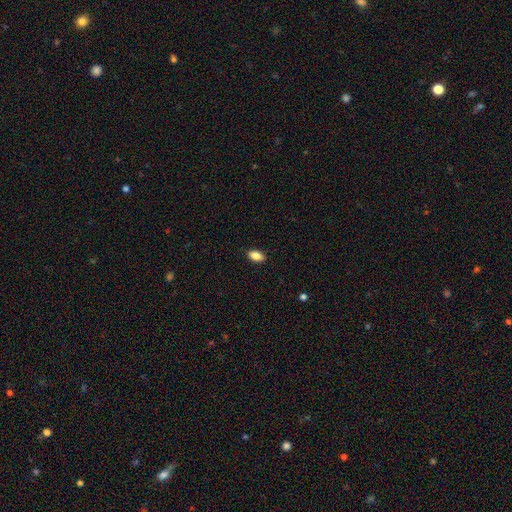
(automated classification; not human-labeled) The model was most divided on "smooth or featured": smooth: 86%, star or artifact: 8%, featured or disk: 6%. More confident: how rounded — in between (91%); merging — none (88%).